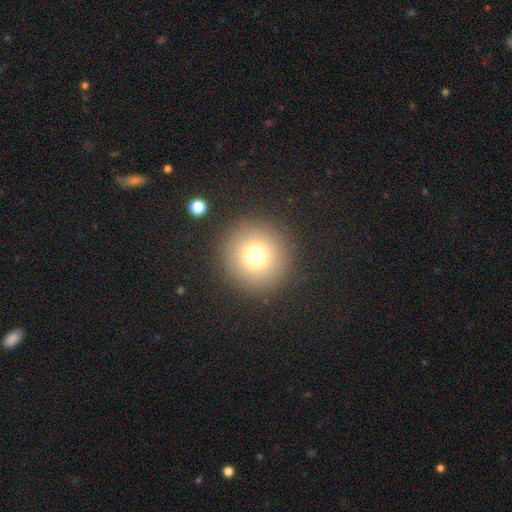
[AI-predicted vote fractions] smooth_or_featured: smooth (p=0.74) [alt: star or artifact p=0.15]
how_rounded: round (p=0.96) [alt: in between p=0.03]
merging: none (p=0.90) [alt: minor disturbance p=0.05]